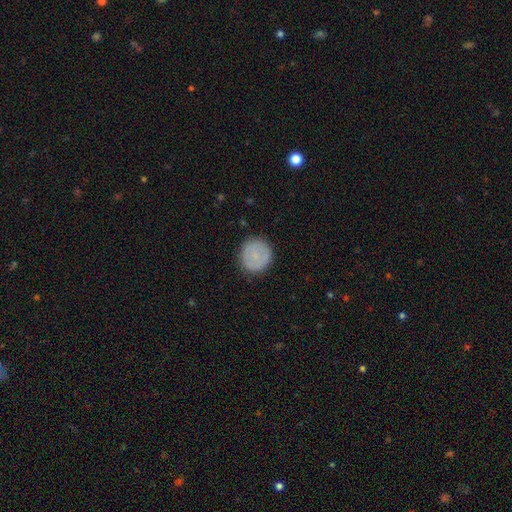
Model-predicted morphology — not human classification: This appears to be a smooth galaxy with no disk features (74%) that is round (91%). Merging: none (86%).